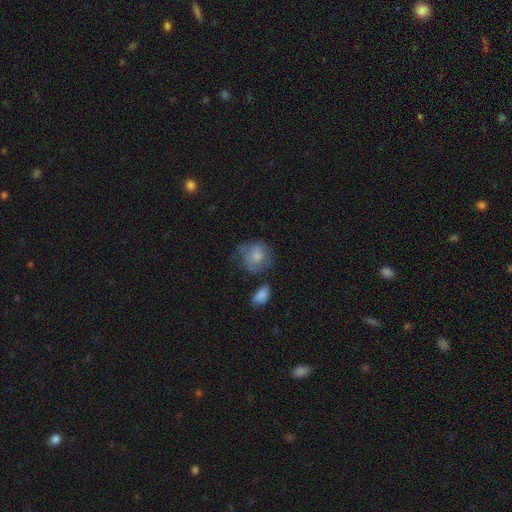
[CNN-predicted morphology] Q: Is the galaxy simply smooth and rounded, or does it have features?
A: smooth — 69%.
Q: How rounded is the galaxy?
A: round — 69%.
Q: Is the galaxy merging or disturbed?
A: none — 47%.